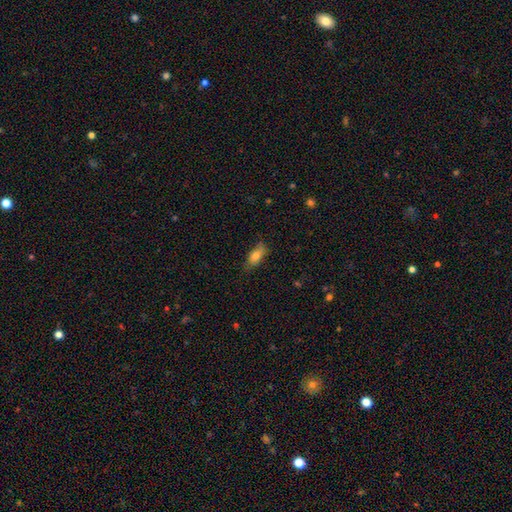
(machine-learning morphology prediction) This is clearly a smooth galaxy (80%). How rounded: clearly in between (83%). Merging: likely none (73%).